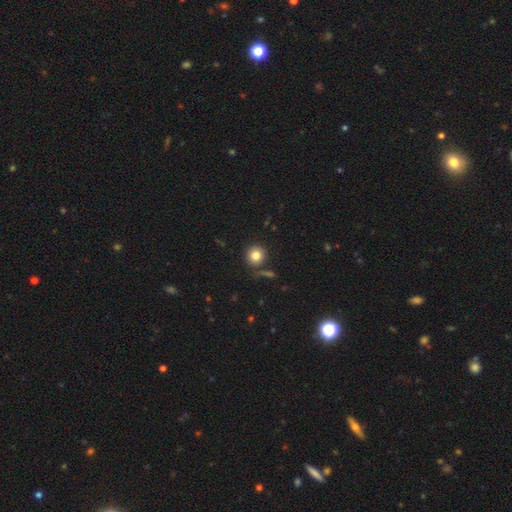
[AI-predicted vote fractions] smooth_or_featured: smooth (p=0.82) [alt: star or artifact p=0.11]
how_rounded: round (p=0.90) [alt: in between p=0.09]
merging: none (p=0.82) [alt: minor disturbance p=0.08]